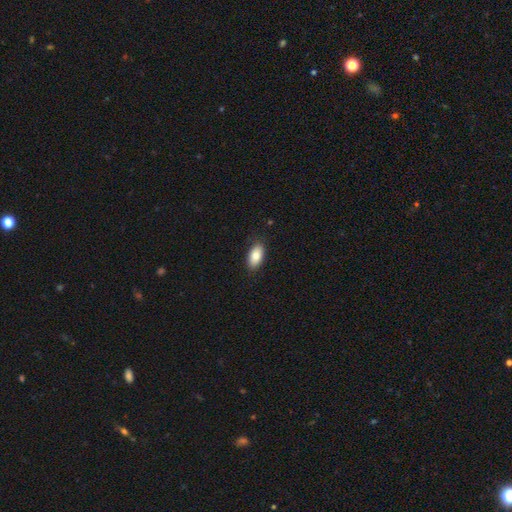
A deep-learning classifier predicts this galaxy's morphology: This is clearly a smooth galaxy (84%). How rounded: clearly in between (92%). Merging: clearly none (86%).